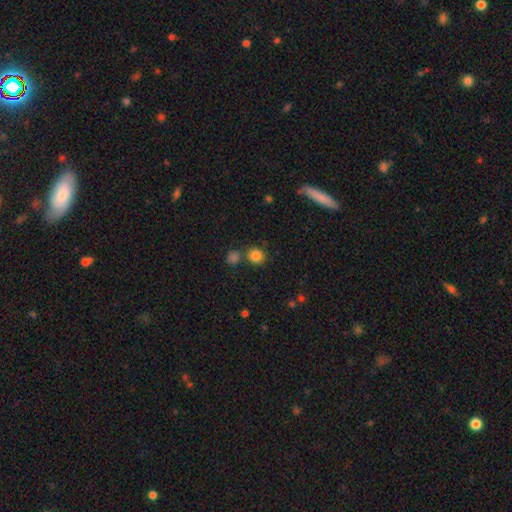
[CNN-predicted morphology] A smooth galaxy with no disk features (84%) that is round (85%). Merging: none (72%).